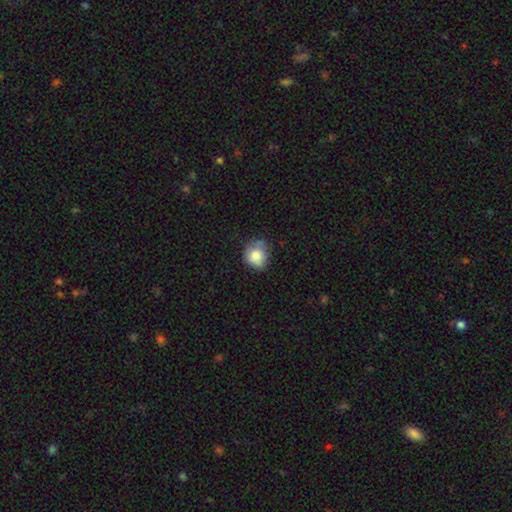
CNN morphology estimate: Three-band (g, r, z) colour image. It shows a smooth galaxy with no disk features (80%) that is round (77%). Merging: none (56%).